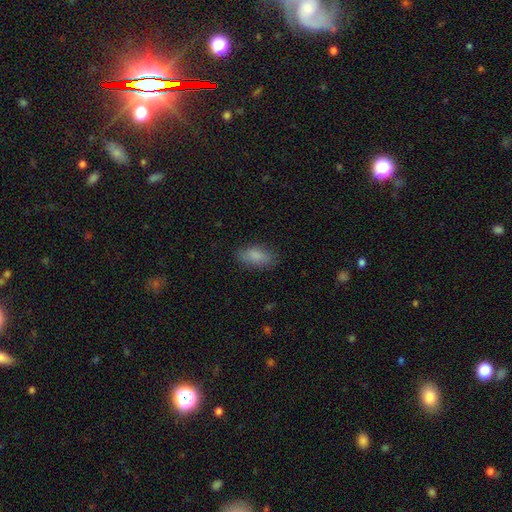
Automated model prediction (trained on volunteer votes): Smooth or featured: smooth — 84% (featured or disk — 8%)
How rounded: in between — 86% (cigar-shaped — 10%)
Merging: none — 81% (minor disturbance — 14%)